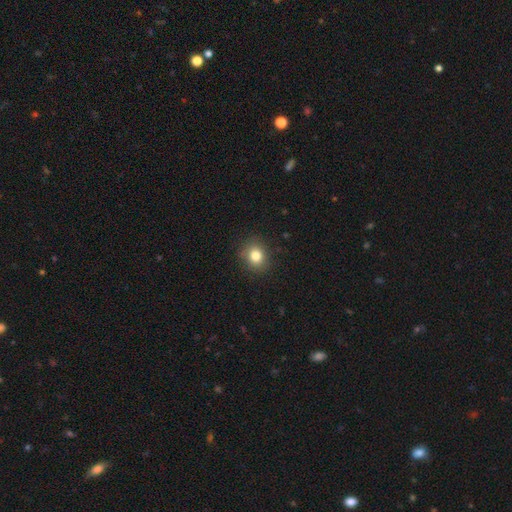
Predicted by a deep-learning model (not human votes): This is clearly a smooth galaxy (82%). How rounded: likely round (72%). Merging: clearly none (87%).